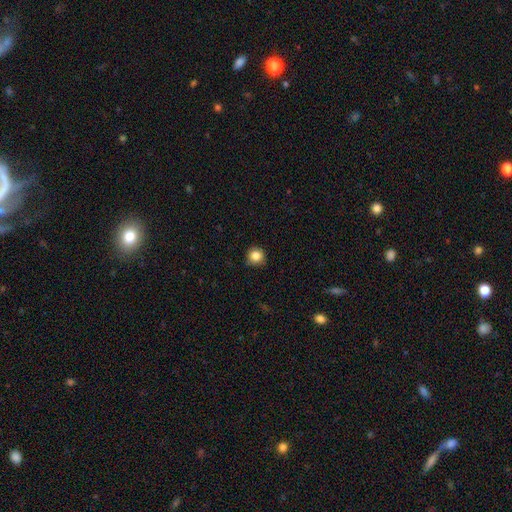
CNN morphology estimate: Smooth or featured: smooth — 84% (star or artifact — 11%)
How rounded: round — 93% (in between — 6%)
Merging: none — 83% (minor disturbance — 13%)